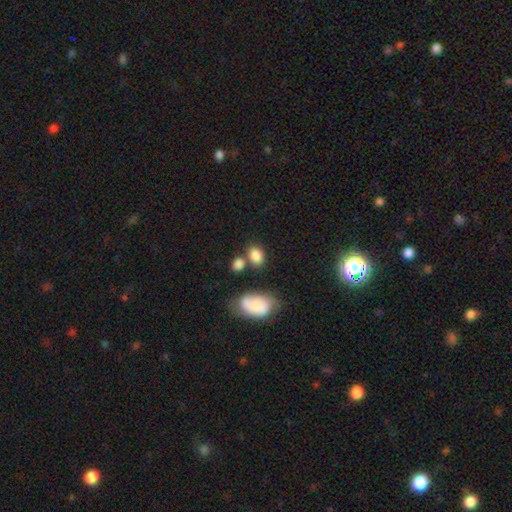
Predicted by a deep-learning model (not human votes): This is clearly a smooth galaxy (84%). How rounded: likely in between (70%). Merging: possibly none (57%).